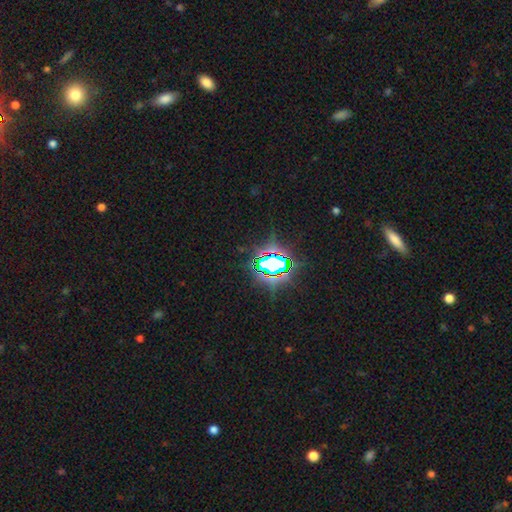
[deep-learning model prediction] Overall: star or artifact (80%).